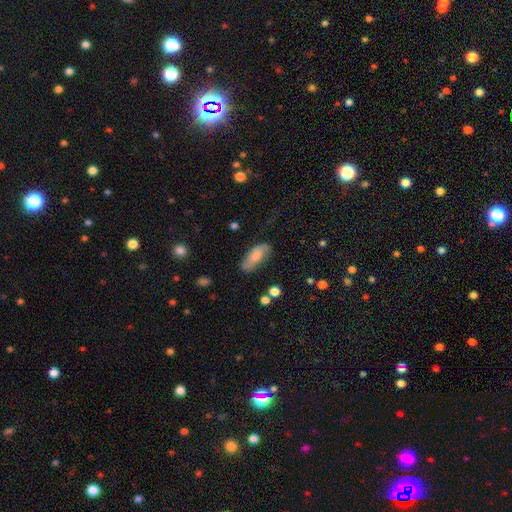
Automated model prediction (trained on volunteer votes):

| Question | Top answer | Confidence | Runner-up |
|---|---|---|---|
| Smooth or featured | smooth | 64% | featured or disk (29%) |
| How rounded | in between | 83% | cigar-shaped (15%) |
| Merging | none | 64% | minor disturbance (25%) |